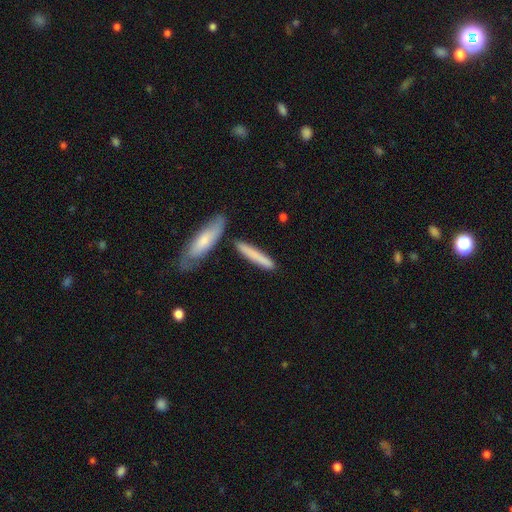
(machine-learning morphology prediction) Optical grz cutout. It shows a smooth galaxy with no disk features (74%) that is cigar-shaped (90%). Merging: none (74%).